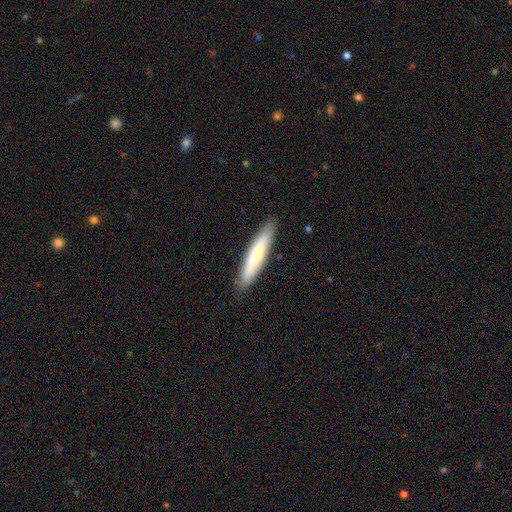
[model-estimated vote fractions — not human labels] Smooth or featured? Predicted: smooth (p=0.72). How rounded? Predicted: cigar-shaped (p=0.89). Merging? Predicted: none (p=0.89).